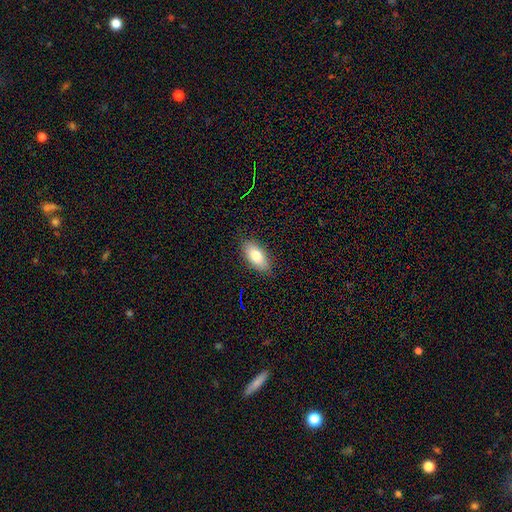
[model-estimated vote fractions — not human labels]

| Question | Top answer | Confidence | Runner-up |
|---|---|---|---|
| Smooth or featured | smooth | 76% | featured or disk (16%) |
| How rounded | in between | 88% | cigar-shaped (9%) |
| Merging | none | 86% | minor disturbance (11%) |